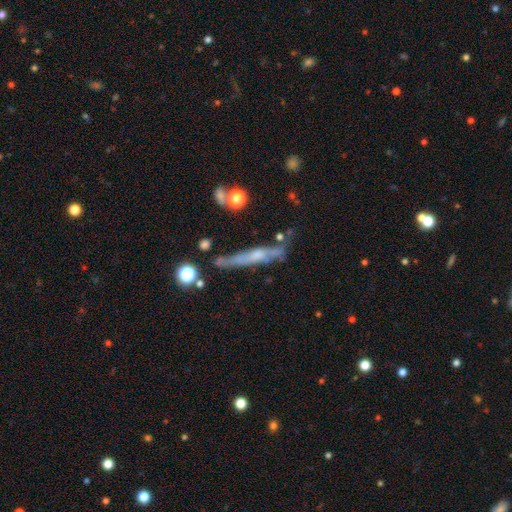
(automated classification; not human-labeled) Morphology: type=featured or disk (56%); edge-on=yes (81%); merging=none (59%).